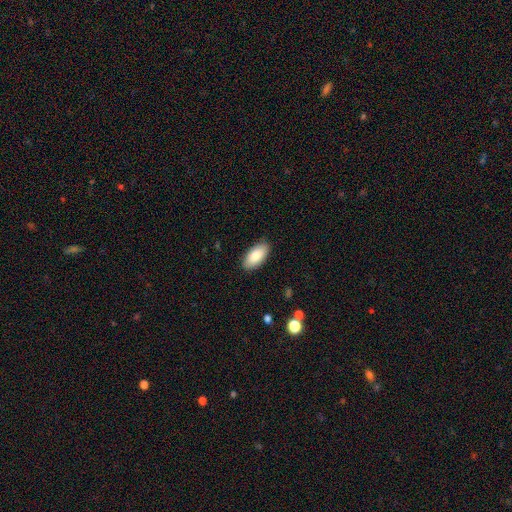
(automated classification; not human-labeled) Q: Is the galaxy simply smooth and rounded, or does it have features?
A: smooth — 85%.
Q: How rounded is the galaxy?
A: in between — 93%.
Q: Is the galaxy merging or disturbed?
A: none — 88%.